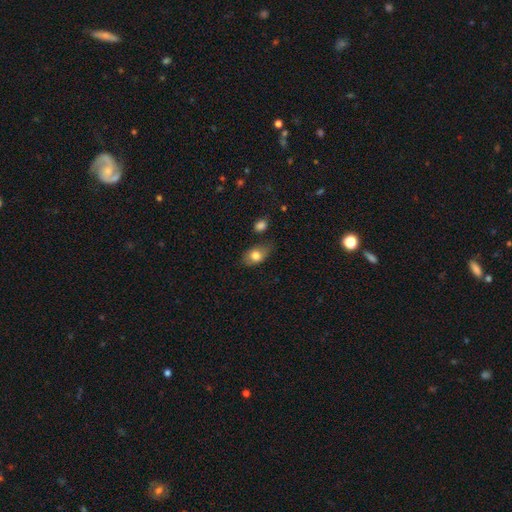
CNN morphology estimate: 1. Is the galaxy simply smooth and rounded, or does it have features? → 78% smooth, 15% featured or disk, 8% star or artifact.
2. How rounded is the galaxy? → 82% in between, 16% round, 2% cigar-shaped.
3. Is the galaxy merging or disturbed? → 66% none, 23% minor disturbance, 6% major disturbance, 5% merger.